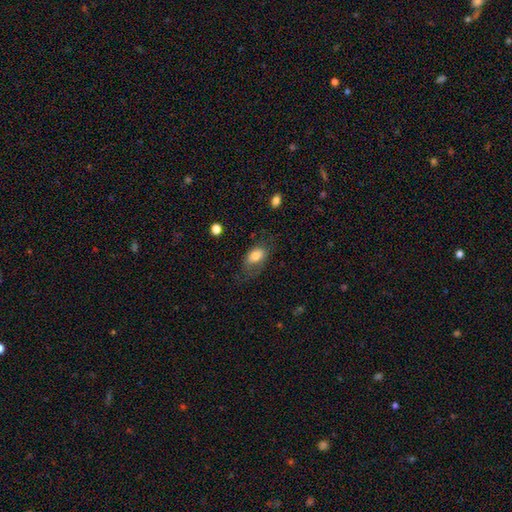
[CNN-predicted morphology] Overall: smooth (75%). How rounded: in between (88%). Merging: none (52%; minor disturbance 25%).